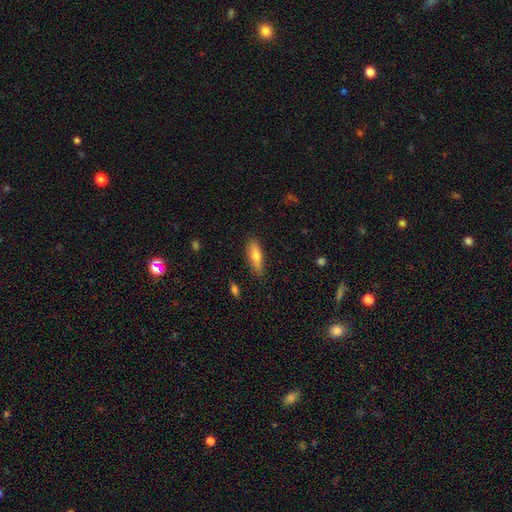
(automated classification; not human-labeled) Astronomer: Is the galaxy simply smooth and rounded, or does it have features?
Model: smooth — 76%.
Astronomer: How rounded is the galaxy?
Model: in between — 52% (runner-up: cigar-shaped, 46%).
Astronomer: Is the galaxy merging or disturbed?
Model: none — 84%.